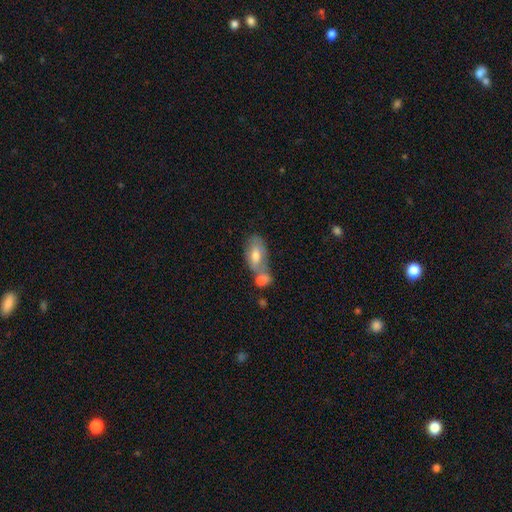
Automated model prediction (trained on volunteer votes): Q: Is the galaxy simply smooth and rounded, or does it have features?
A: smooth — 61%.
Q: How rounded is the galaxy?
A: in between — 88%.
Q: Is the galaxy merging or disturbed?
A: merger — 50%.